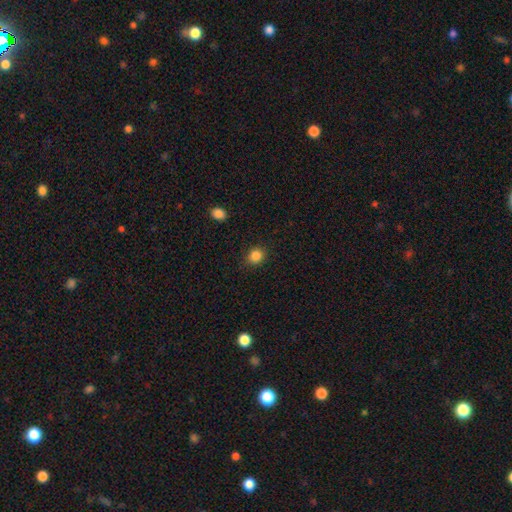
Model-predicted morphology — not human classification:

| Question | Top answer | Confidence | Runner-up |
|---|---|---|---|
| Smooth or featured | smooth | 86% | star or artifact (11%) |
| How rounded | round | 77% | in between (22%) |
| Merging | none | 86% | minor disturbance (10%) |